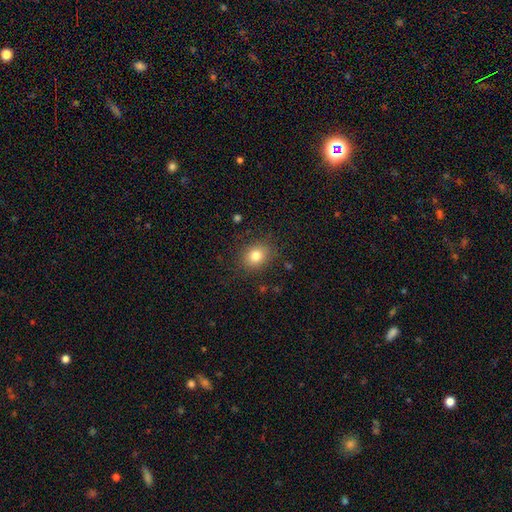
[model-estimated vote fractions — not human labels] Q: Smooth or featured?
A: smooth (80%); runner-up: star or artifact (11%)
Q: How rounded?
A: round (53%); runner-up: in between (46%)
Q: Merging?
A: none (84%); runner-up: minor disturbance (11%)